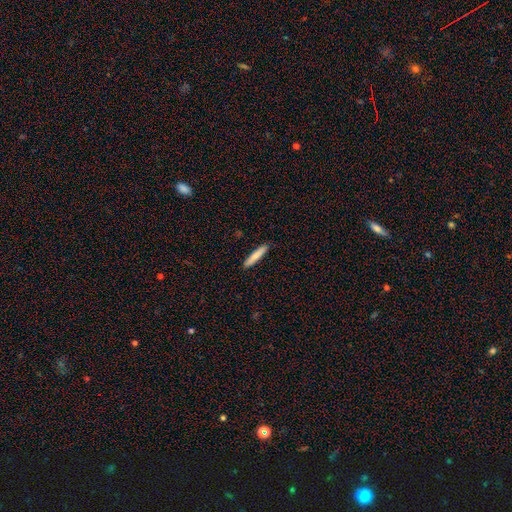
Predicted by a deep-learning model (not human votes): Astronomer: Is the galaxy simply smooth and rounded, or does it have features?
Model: smooth — 77%.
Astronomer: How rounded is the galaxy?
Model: cigar-shaped — 91%.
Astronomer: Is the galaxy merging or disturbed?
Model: none — 90%.